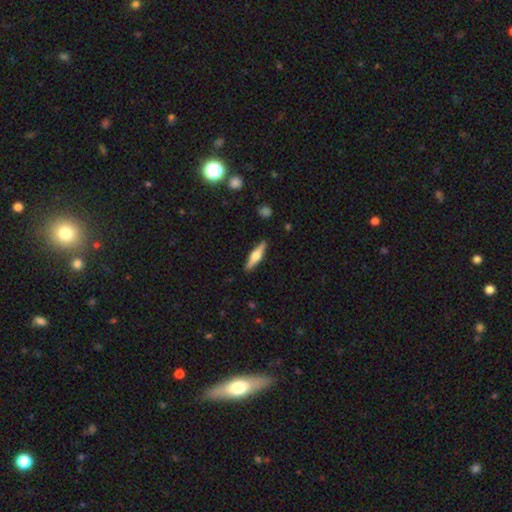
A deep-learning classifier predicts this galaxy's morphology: smooth-or-featured: featured or disk: 51% | smooth: 43% | star or artifact: 6%
  disk-edge-on: yes: 95% | no: 5%
  merging: none: 89% | minor disturbance: 8% | major disturbance: 2% | merger: 1%